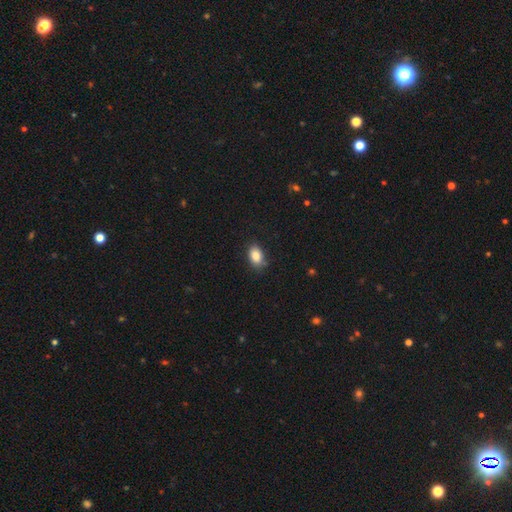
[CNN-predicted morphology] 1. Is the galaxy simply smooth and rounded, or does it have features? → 87% smooth, 8% star or artifact, 5% featured or disk.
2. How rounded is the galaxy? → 88% in between, 11% round, 2% cigar-shaped.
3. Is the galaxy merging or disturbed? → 80% none, 16% minor disturbance, 3% major disturbance, 1% merger.